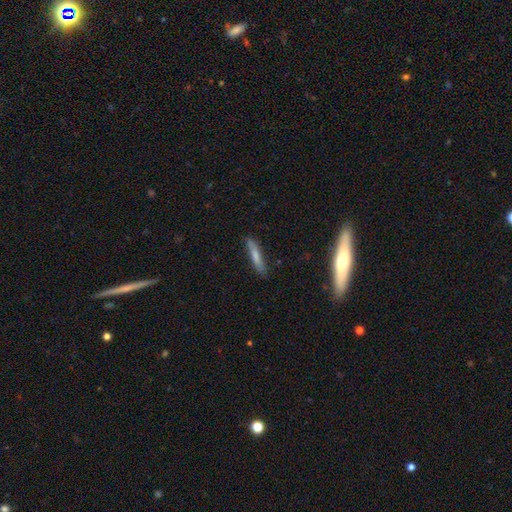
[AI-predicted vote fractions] The model was most divided on "smooth or featured": smooth: 70%, featured or disk: 23%, star or artifact: 8%. More confident: how rounded — cigar-shaped (90%); merging — none (82%).